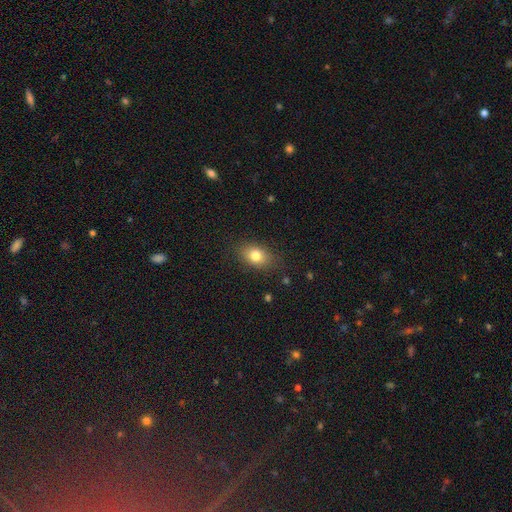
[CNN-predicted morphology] A smooth galaxy with no disk features (80%) that is in between round and cigar-shaped (77%).

Vote fractions:
- Smooth or featured? smooth: 80% / featured or disk: 10% / star or artifact: 10%
- How rounded? in between: 77% / round: 21% / cigar-shaped: 2%
- Merging? none: 83% / minor disturbance: 13% / major disturbance: 4% / merger: 1%